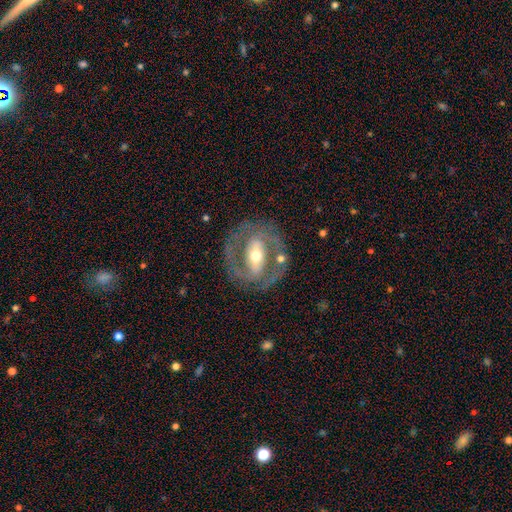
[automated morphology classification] Smooth or featured? Predicted: featured or disk (p=0.79). Edge-on disk? Predicted: no (p=0.94). Bar? Predicted: strong (p=0.53). Spiral arms? Predicted: yes (p=0.66). Bulge size? Predicted: moderate (p=0.68). Merging? Predicted: none (p=0.75).